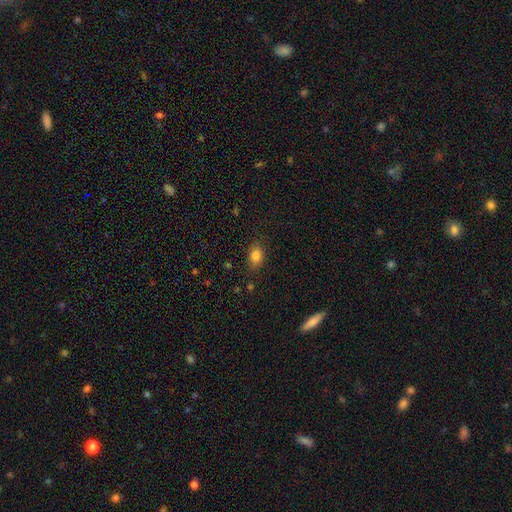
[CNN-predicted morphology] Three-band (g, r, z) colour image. It shows a smooth galaxy with no disk features (83%) that is in between round and cigar-shaped (76%). Merging: none (82%).